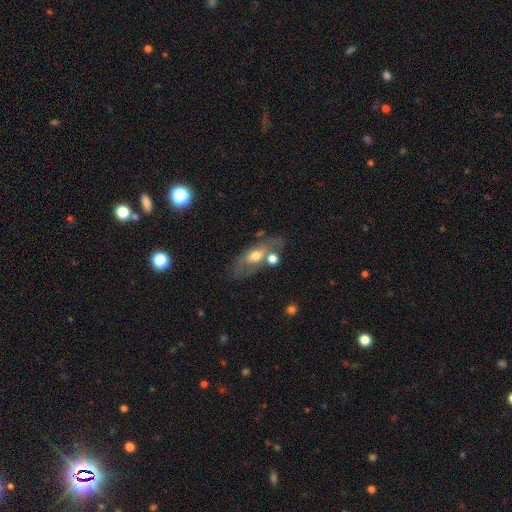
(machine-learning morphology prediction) Smooth or featured?
  - featured or disk: 48% *
  - smooth: 44%
  - star or artifact: 8%
Merging?
  - none: 54% *
  - merger: 20%
  - minor disturbance: 17%
  - major disturbance: 8%